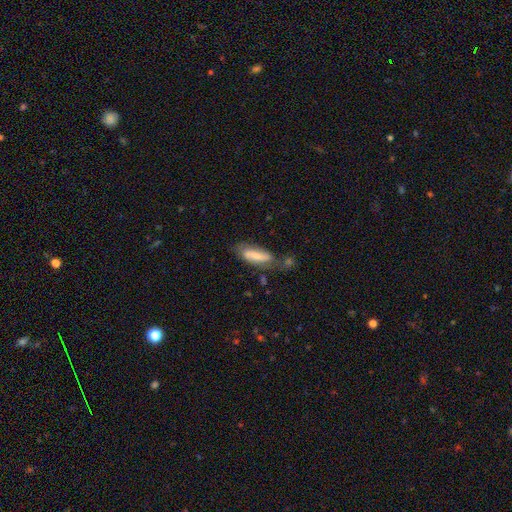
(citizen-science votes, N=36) Overall: smooth (86%). How rounded: in between (61%; cigar-shaped 32%). Merging: none (50%; minor disturbance 26%).